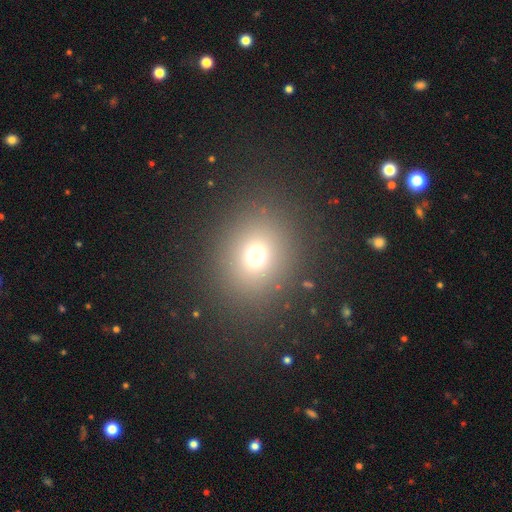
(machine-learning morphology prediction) A smooth galaxy with no disk features (70%) that is round (71%).

Vote fractions:
- Smooth or featured? smooth: 70% / star or artifact: 21% / featured or disk: 9%
- How rounded? round: 71% / in between: 28% / cigar-shaped: 1%
- Merging? none: 87% / minor disturbance: 7% / major disturbance: 4% / merger: 2%